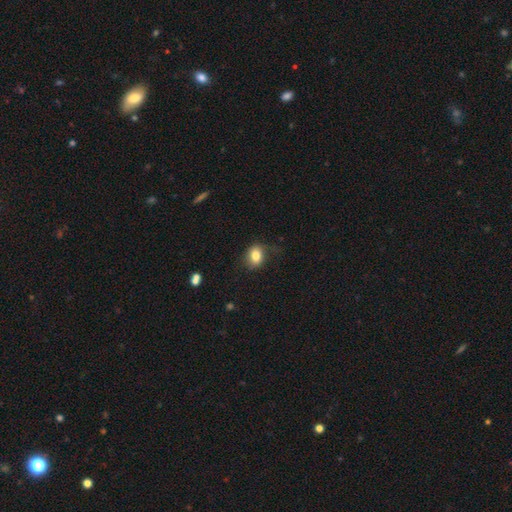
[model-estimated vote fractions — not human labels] A smooth galaxy with no disk features (80%) that is in between round and cigar-shaped (59%).

Vote fractions:
- Smooth or featured? smooth: 80% / featured or disk: 10% / star or artifact: 9%
- How rounded? in between: 59% / round: 40% / cigar-shaped: 1%
- Merging? none: 62% / minor disturbance: 24% / major disturbance: 12% / merger: 2%